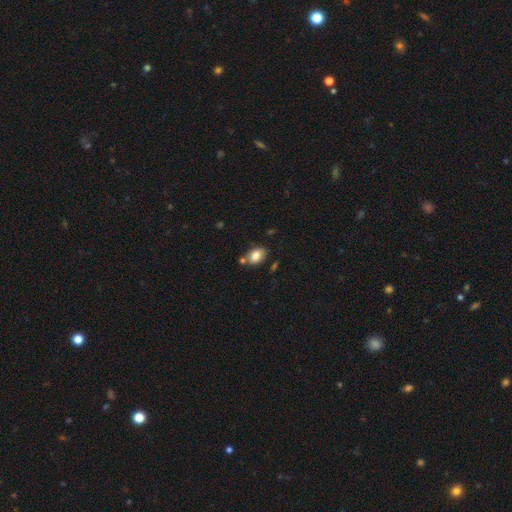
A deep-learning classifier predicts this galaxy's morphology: smooth 81%, featured or disk 10%, star or artifact 9%. Down the decision tree: how rounded — in between (80%); merging — none (68%).